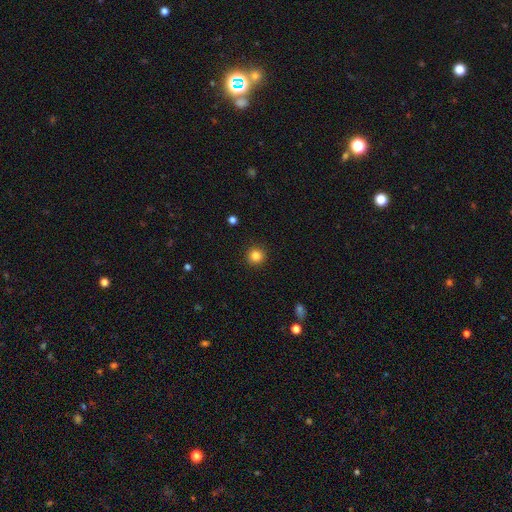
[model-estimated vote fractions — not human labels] A smooth galaxy with no disk features (84%) that is round (95%).

Vote fractions:
- Smooth or featured? smooth: 84% / star or artifact: 11% / featured or disk: 4%
- How rounded? round: 95% / in between: 4% / cigar-shaped: 1%
- Merging? none: 92% / minor disturbance: 5% / major disturbance: 2% / merger: 1%